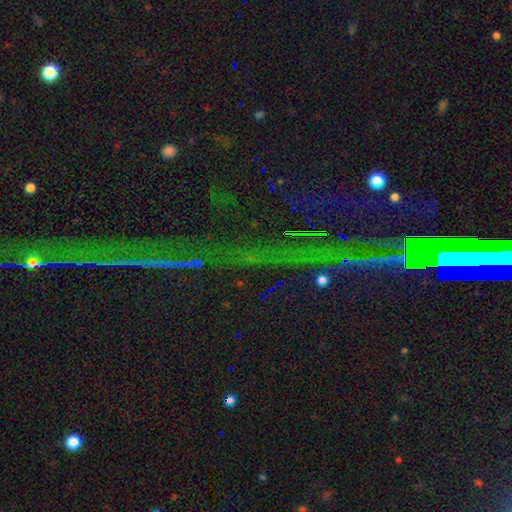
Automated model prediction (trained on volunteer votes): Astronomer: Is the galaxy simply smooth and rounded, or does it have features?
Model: star or artifact — 84%.